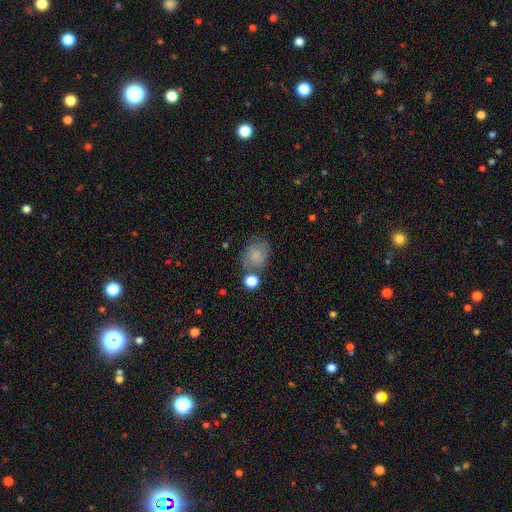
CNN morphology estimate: smooth 77%, featured or disk 13%, star or artifact 11%. Down the decision tree: how rounded — in between (56%); merging — none (60%).